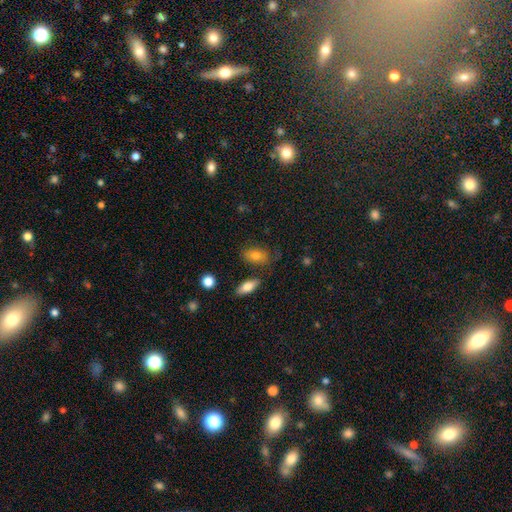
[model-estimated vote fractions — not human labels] This appears to be a smooth galaxy with no disk features (76%) that is in between round and cigar-shaped (86%). Merging: none (68%).